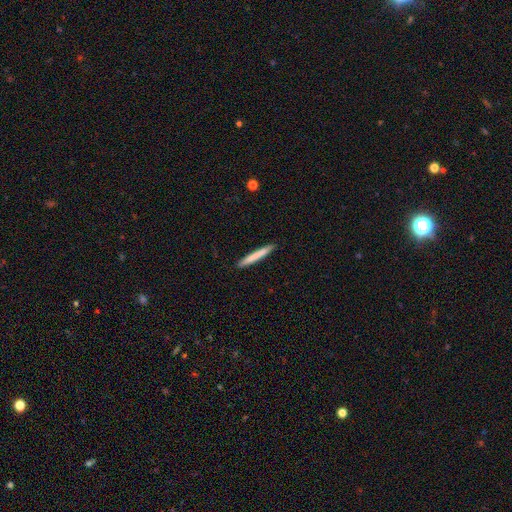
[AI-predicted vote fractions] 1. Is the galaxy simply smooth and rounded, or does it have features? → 75% smooth, 19% featured or disk, 5% star or artifact.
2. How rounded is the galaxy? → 97% cigar-shaped, 2% in between, 1% round.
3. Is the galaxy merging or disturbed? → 92% none, 6% minor disturbance, 1% major disturbance, 1% merger.